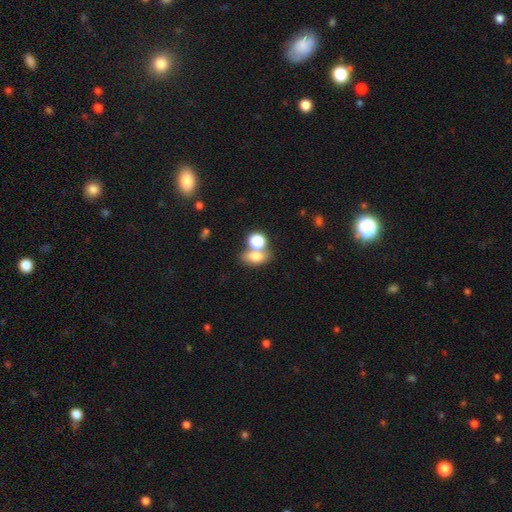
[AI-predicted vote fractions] This appears to be a smooth galaxy with no disk features (72%) that is in between round and cigar-shaped (70%). Merging: none (49%).